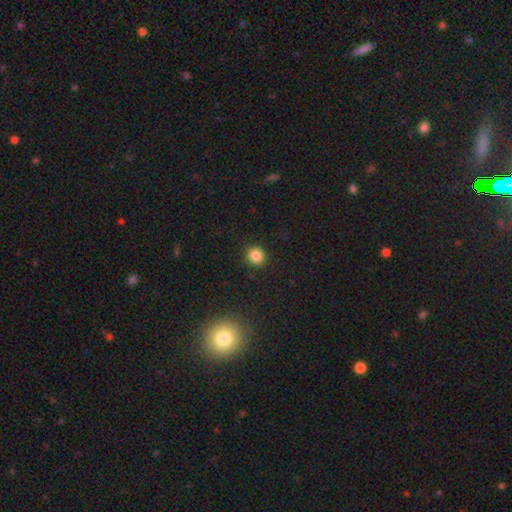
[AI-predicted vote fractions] A smooth galaxy with no disk features (84%) that is round (88%). Merging: none (90%).